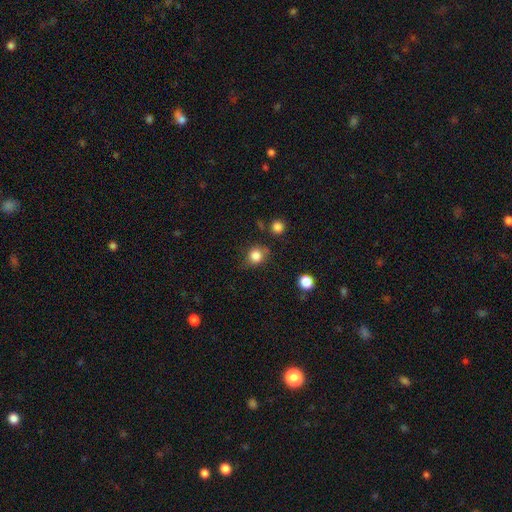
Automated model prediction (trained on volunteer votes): Q: Smooth or featured?
A: smooth (83%); runner-up: star or artifact (11%)
Q: How rounded?
A: round (77%); runner-up: in between (22%)
Q: Merging?
A: none (71%); runner-up: minor disturbance (19%)